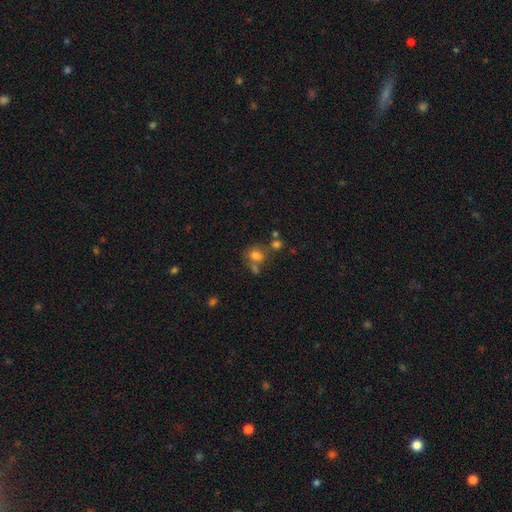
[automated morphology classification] The model was most divided on "merging": none: 51%, merger: 28%, minor disturbance: 14%, major disturbance: 7%. More confident: smooth or featured — smooth (72%); how rounded — round (66%).